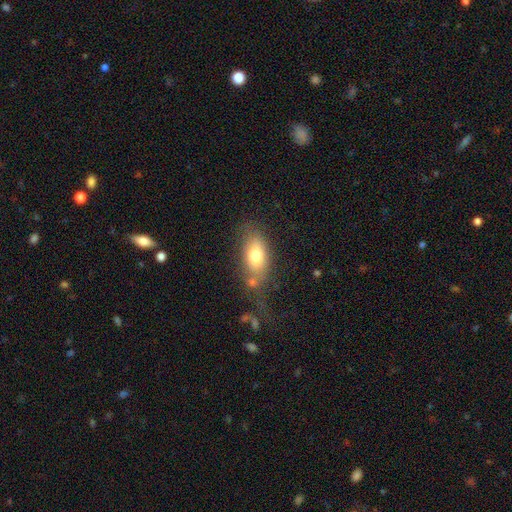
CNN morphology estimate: smooth 74%, featured or disk 17%, star or artifact 8%. Down the decision tree: how rounded — in between (87%); merging — none (55%).